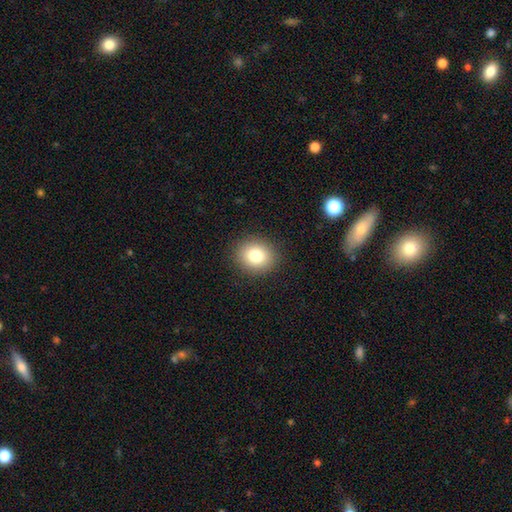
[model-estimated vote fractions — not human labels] A smooth galaxy with no disk features (81%) that is round (72%).

Vote fractions:
- Smooth or featured? smooth: 81% / star or artifact: 11% / featured or disk: 8%
- How rounded? round: 72% / in between: 27% / cigar-shaped: 1%
- Merging? none: 90% / minor disturbance: 7% / major disturbance: 2% / merger: 1%